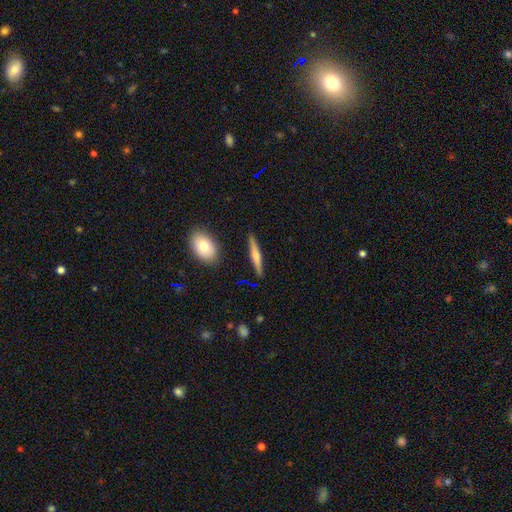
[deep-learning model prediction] smooth_or_featured: smooth (p=0.48) [alt: featured or disk p=0.46]
merging: none (p=0.88) [alt: minor disturbance p=0.08]